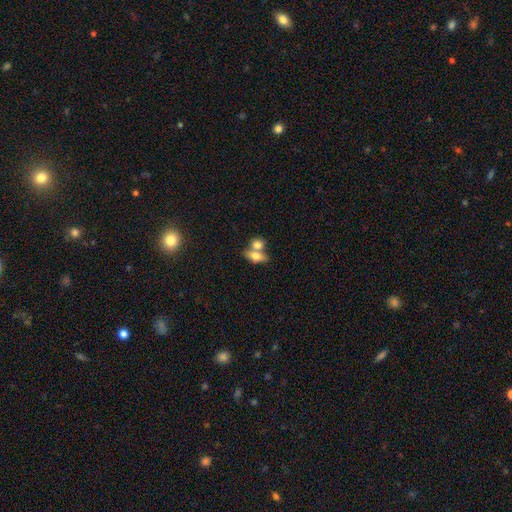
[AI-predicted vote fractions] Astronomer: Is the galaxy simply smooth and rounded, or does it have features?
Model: smooth — 71%.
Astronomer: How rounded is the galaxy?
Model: in between — 74%.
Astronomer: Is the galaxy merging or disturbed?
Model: merger — 54% (runner-up: none, 34%).